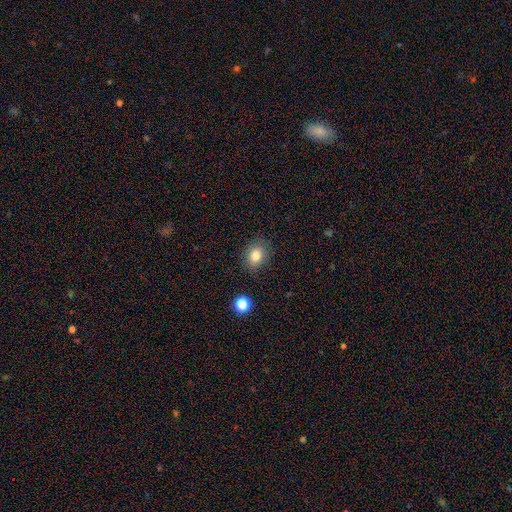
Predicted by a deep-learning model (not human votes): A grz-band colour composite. It shows a smooth galaxy with no disk features (82%) that is in between round and cigar-shaped (59%). Merging: none (84%).